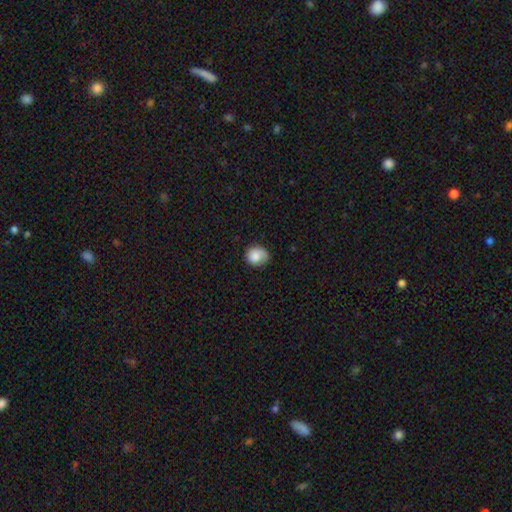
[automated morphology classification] The model was most divided on "merging": none: 69%, minor disturbance: 23%, major disturbance: 7%, merger: 1%. More confident: smooth or featured — smooth (79%); how rounded — round (74%).